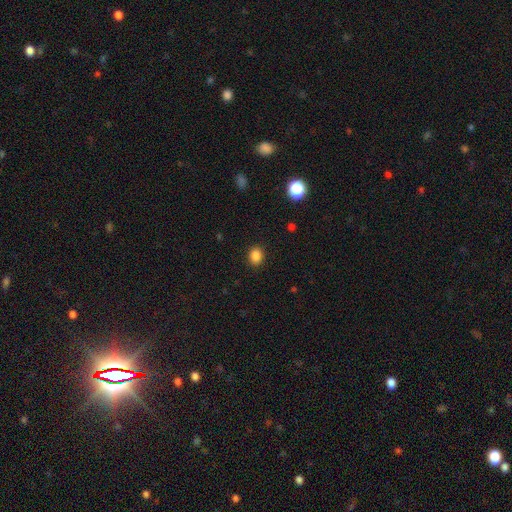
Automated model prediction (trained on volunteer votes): Morphology: type=smooth (86%); roundness=round (63%); merging=none (90%).